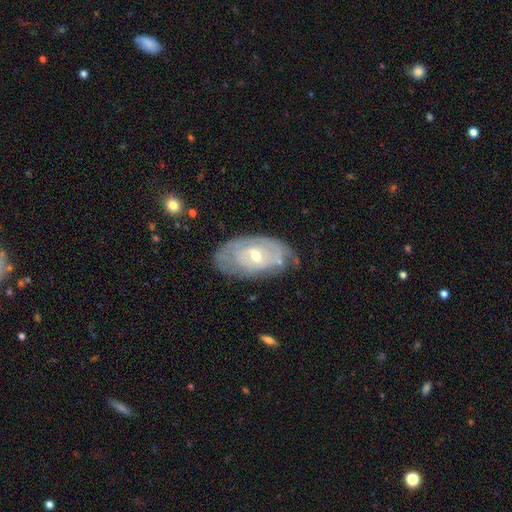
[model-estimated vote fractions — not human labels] This appears to be a featured or disk galaxy (70%) with no bar (47%), spiral arms (64%) and a moderate central bulge (56%). Merging: none (61%).